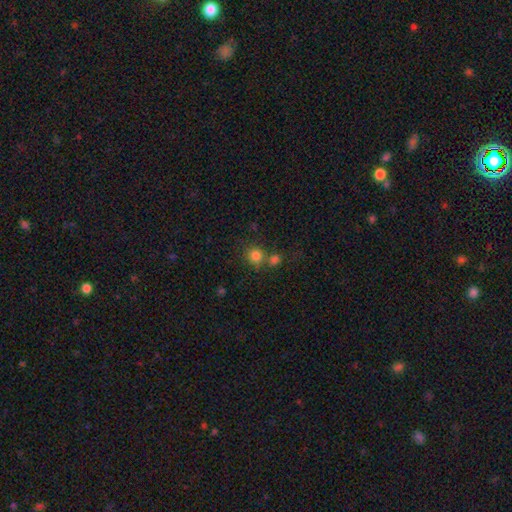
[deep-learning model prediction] smooth_or_featured: smooth (p=0.81) [alt: star or artifact p=0.13]
how_rounded: round (p=0.88) [alt: in between p=0.11]
merging: none (p=0.59) [alt: merger p=0.27]